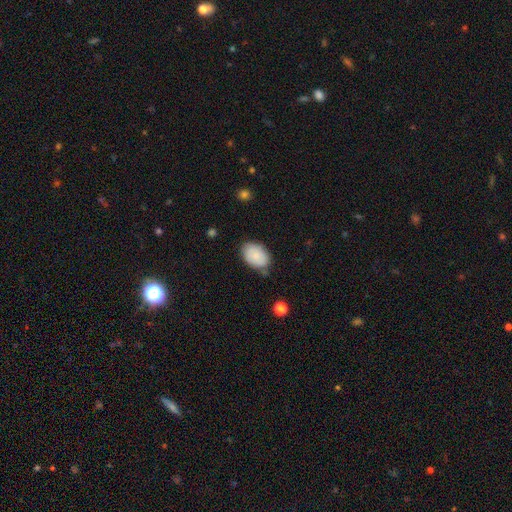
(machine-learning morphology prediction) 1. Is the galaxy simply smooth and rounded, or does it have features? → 86% smooth, 7% featured or disk, 7% star or artifact.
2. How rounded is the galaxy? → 89% in between, 10% round, 1% cigar-shaped.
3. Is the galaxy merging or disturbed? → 72% none, 20% minor disturbance, 4% major disturbance, 3% merger.